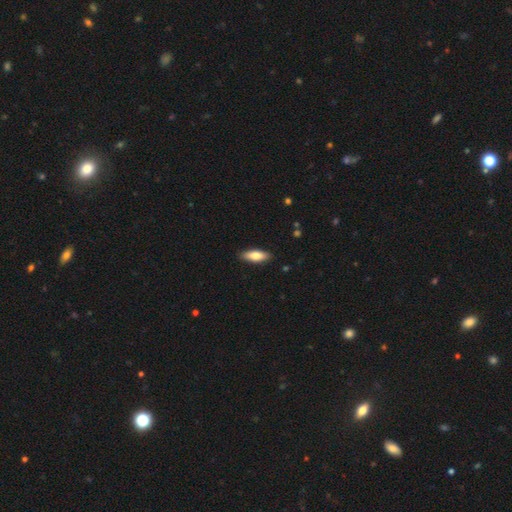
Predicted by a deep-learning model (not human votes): The model was most divided on "how rounded": in between: 63%, cigar-shaped: 35%, round: 2%. More confident: merging — none (89%); smooth or featured — smooth (75%).